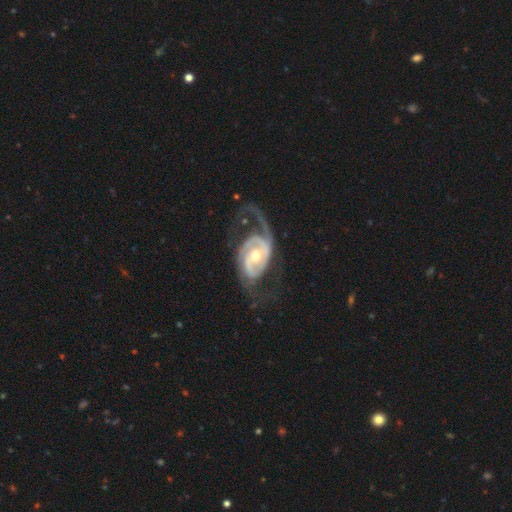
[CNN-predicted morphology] smooth-or-featured: featured or disk: 90% | smooth: 6% | star or artifact: 4%
  disk-edge-on: no: 97% | yes: 3%
    bar: no: 48% | weak: 33% | strong: 18%
    has-spiral-arms: yes: 95% | no: 5%
      spiral-winding: medium: 41% | loose: 36% | tight: 24%
      spiral-arm-count: 2: 77% | 1: 11% | can't tell: 5% | 3: 4% | 4: 2% | more than 4: 2%
    bulge-size: moderate: 68% | small: 25% | large: 5% | dominant: 1% | none: 1%
  merging: none: 52% | major disturbance: 30% | minor disturbance: 16% | merger: 2%